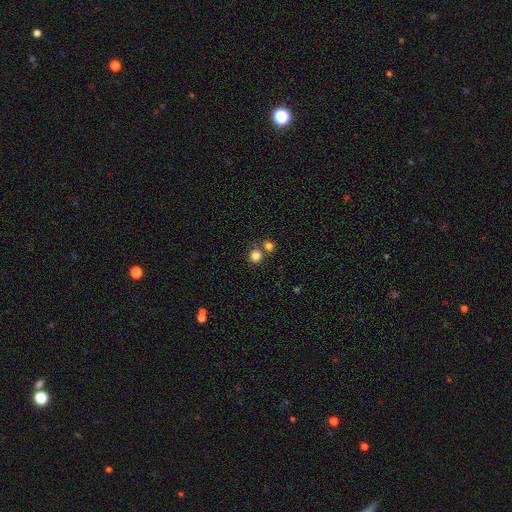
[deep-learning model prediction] smooth-or-featured: smooth: 81% | star or artifact: 12% | featured or disk: 6%
  how-rounded: round: 91% | in between: 8% | cigar-shaped: 1%
  merging: none: 66% | merger: 22% | minor disturbance: 8% | major disturbance: 3%